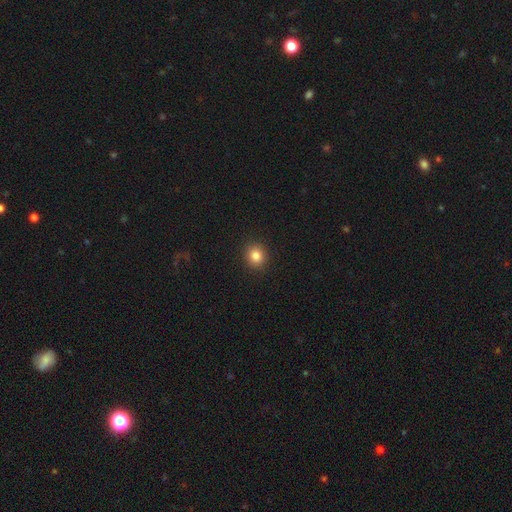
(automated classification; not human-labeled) smooth_or_featured: smooth (p=0.83) [alt: star or artifact p=0.11]
how_rounded: round (p=0.82) [alt: in between p=0.17]
merging: none (p=0.92) [alt: minor disturbance p=0.06]